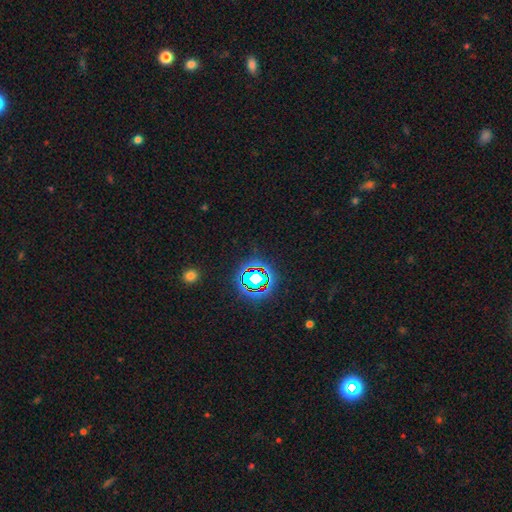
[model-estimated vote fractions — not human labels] Smooth or featured? Predicted: star or artifact (p=0.76).